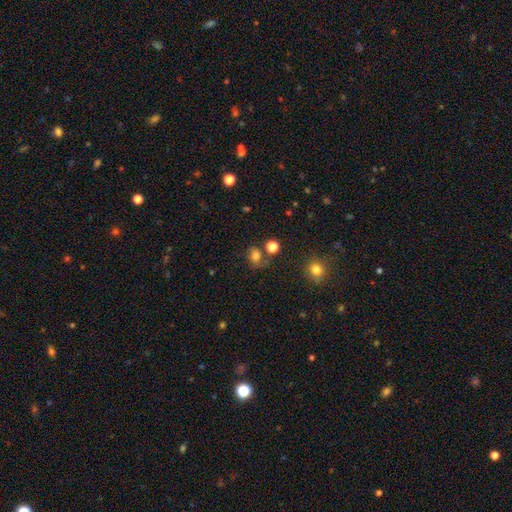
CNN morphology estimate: This is likely a smooth galaxy (75%). How rounded: likely round (62%). Merging: possibly none (56%).